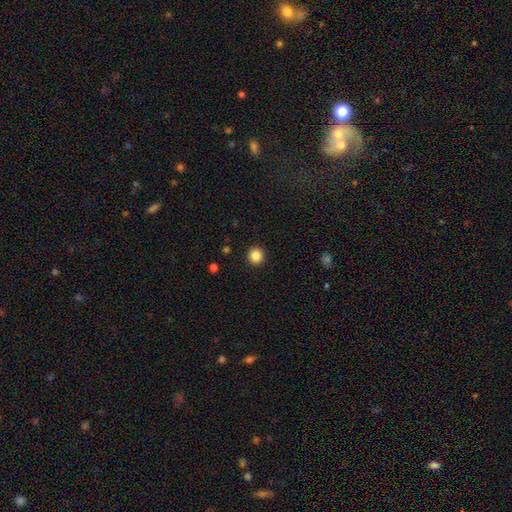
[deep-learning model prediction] smooth_or_featured: smooth (p=0.86) [alt: star or artifact p=0.10]
how_rounded: round (p=0.93) [alt: in between p=0.07]
merging: none (p=0.93) [alt: minor disturbance p=0.05]